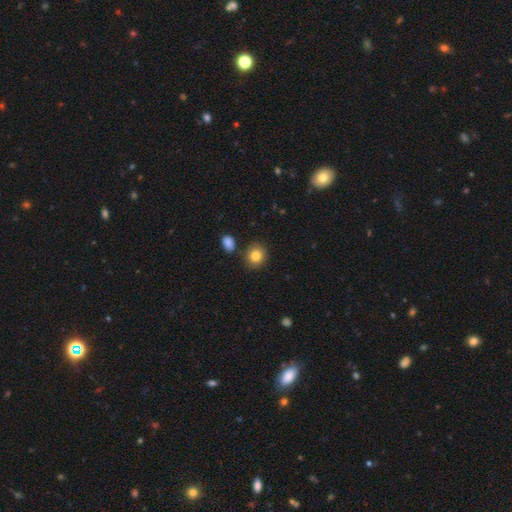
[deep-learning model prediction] This is clearly a smooth galaxy (84%). How rounded: likely round (73%). Merging: clearly none (82%).